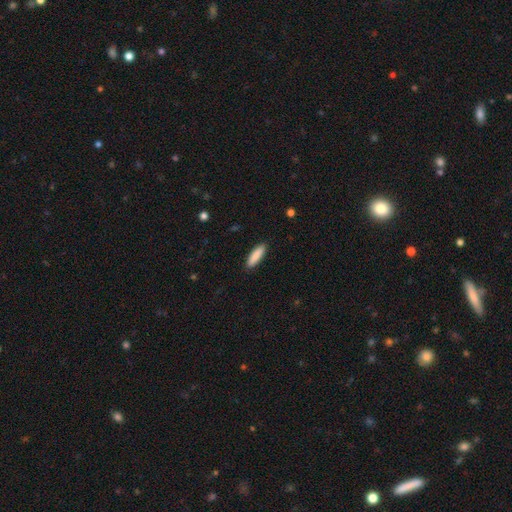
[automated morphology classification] Smooth or featured?
  - smooth: 88% *
  - featured or disk: 7%
  - star or artifact: 6%
How rounded?
  - cigar-shaped: 65% *
  - in between: 33%
  - round: 1%
Merging?
  - none: 90% *
  - minor disturbance: 7%
  - major disturbance: 2%
  - merger: 1%